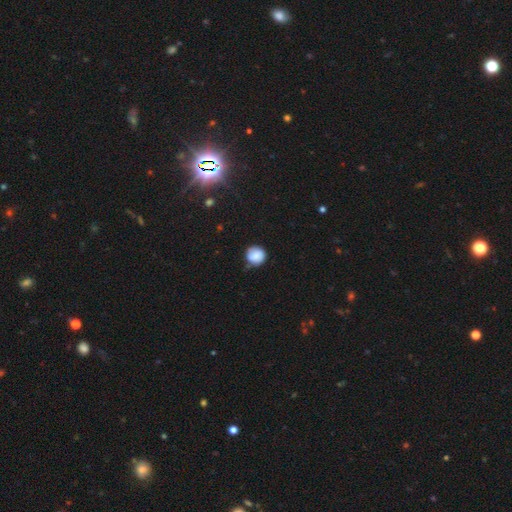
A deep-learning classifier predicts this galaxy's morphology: Q: Smooth or featured?
A: smooth (82%); runner-up: featured or disk (10%)
Q: How rounded?
A: round (92%); runner-up: in between (7%)
Q: Merging?
A: none (69%); runner-up: minor disturbance (24%)